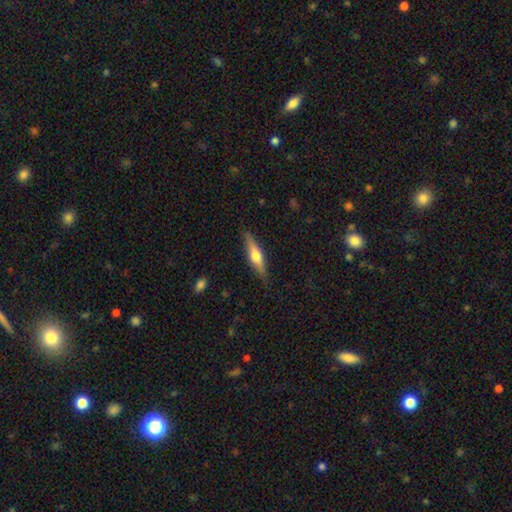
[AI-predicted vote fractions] smooth-or-featured: featured or disk: 57% | smooth: 37% | star or artifact: 6%
  disk-edge-on: yes: 95% | no: 5%
    edge-on-bulge: rounded: 92% | boxy: 5% | none: 3%
  merging: none: 86% | minor disturbance: 11% | major disturbance: 2% | merger: 1%